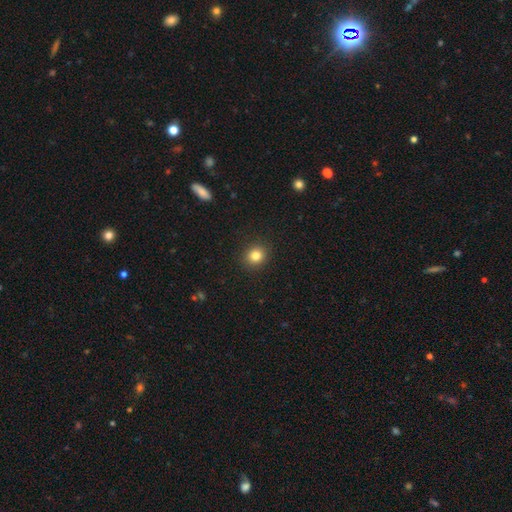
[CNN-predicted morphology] Overall: smooth (82%). How rounded: round (83%). Merging: none (91%).